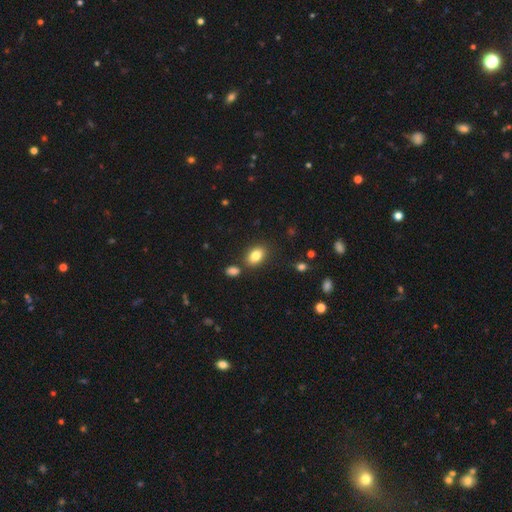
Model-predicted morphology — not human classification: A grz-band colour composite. It shows a smooth galaxy with no disk features (84%) that is in between round and cigar-shaped (86%). Merging: none (77%).